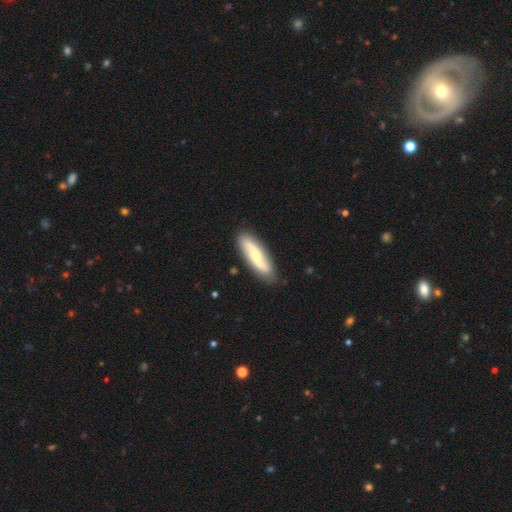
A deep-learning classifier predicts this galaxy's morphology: This appears to be a featured or disk galaxy (56%). Merging: none (86%).